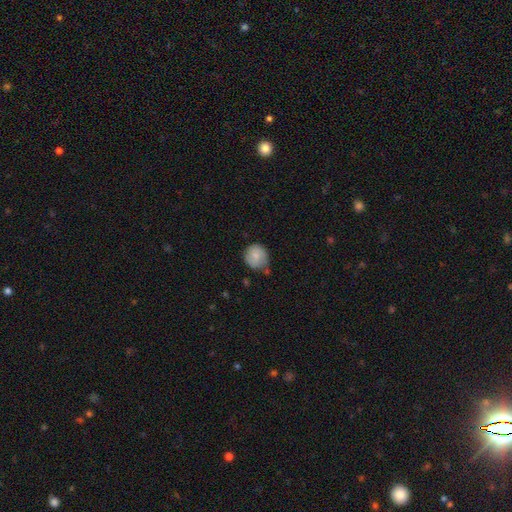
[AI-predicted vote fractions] smooth 79%, featured or disk 14%, star or artifact 7%. Down the decision tree: how rounded — round (86%); merging — none (61%).